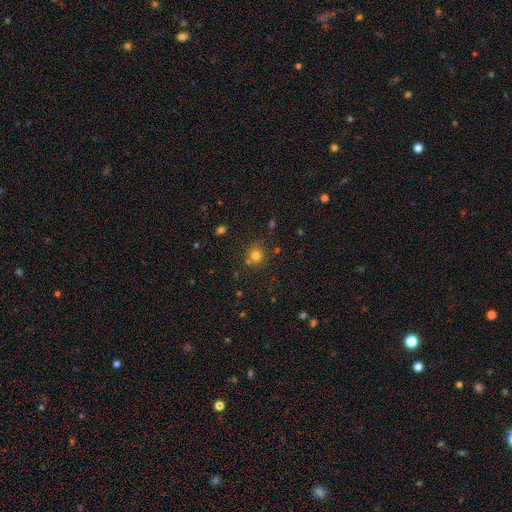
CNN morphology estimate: Smooth or featured?
  - smooth: 76% *
  - star or artifact: 16%
  - featured or disk: 7%
How rounded?
  - round: 88% *
  - in between: 11%
  - cigar-shaped: 1%
Merging?
  - none: 73% *
  - merger: 12%
  - minor disturbance: 11%
  - major disturbance: 4%